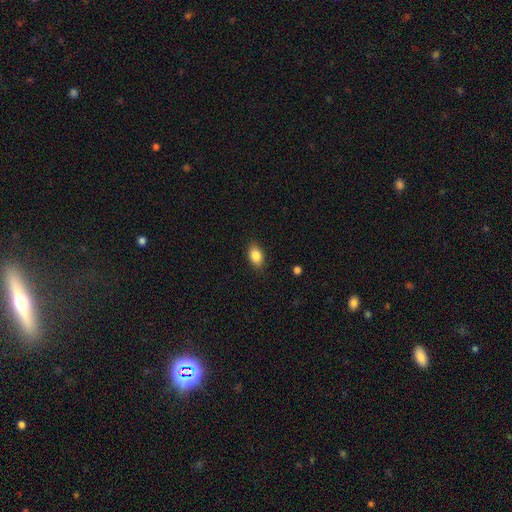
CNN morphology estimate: This is clearly a smooth galaxy (86%). How rounded: clearly in between (87%). Merging: clearly none (87%).